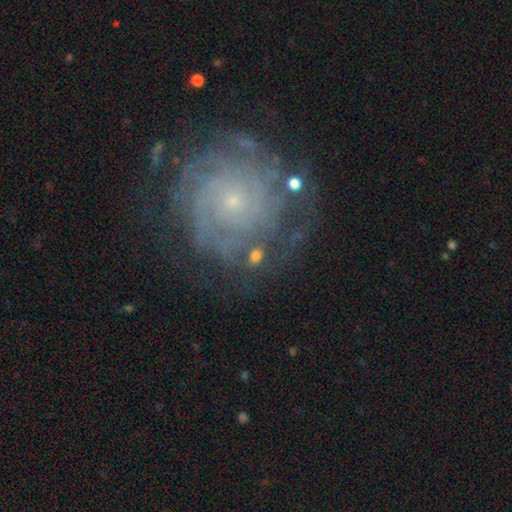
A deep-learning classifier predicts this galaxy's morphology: This appears to be a smooth galaxy with no disk features (41%). Merging: none (65%).